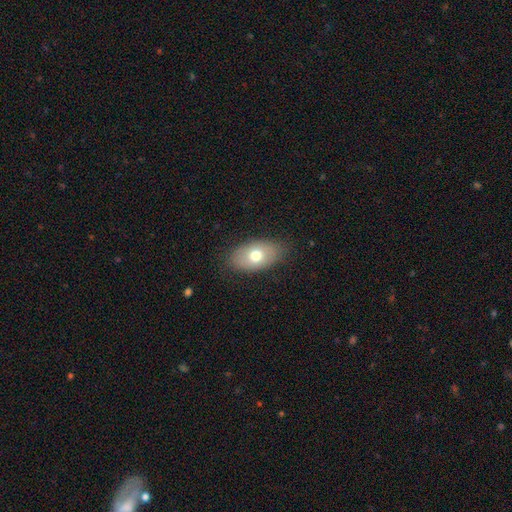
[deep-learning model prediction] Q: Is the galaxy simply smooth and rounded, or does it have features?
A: smooth — 70%.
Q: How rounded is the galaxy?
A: in between — 90%.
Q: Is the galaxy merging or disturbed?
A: none — 81%.